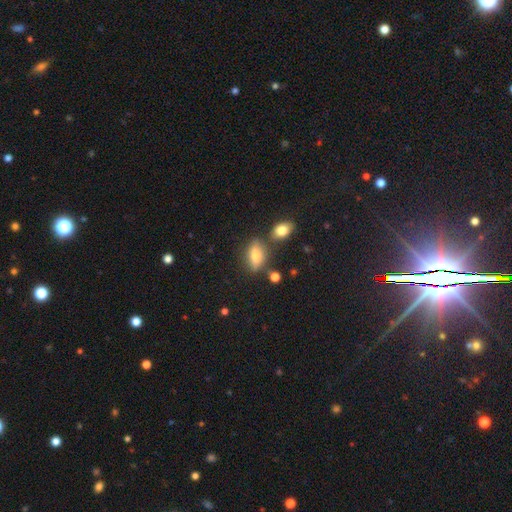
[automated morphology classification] The model was most divided on "smooth or featured": smooth: 67%, featured or disk: 22%, star or artifact: 11%. More confident: how rounded — in between (78%); merging — none (68%).